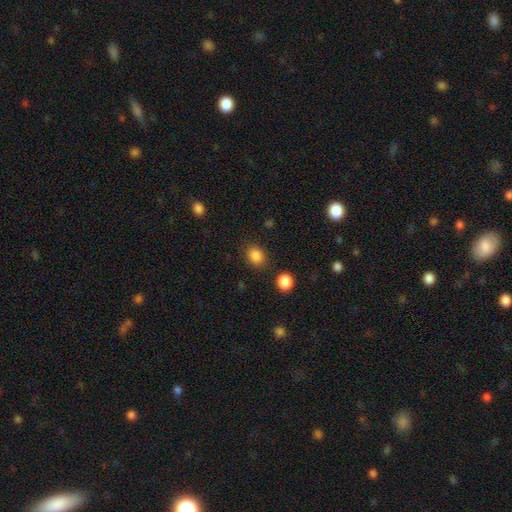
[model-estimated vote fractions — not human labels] Smooth or featured: smooth — 86% (star or artifact — 10%)
How rounded: round — 57% (in between — 42%)
Merging: none — 85% (minor disturbance — 9%)